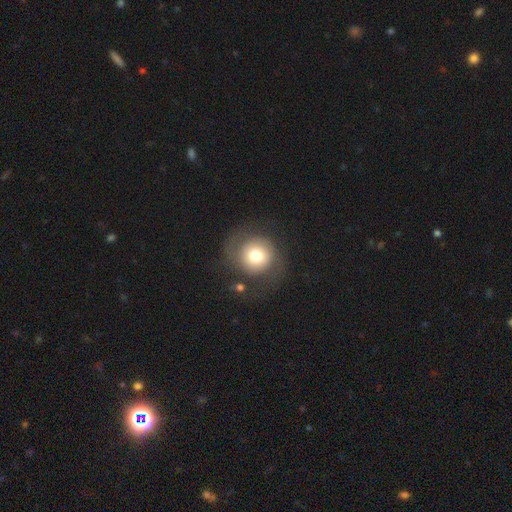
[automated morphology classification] Q: Smooth or featured?
A: smooth (60%); runner-up: featured or disk (31%)
Q: How rounded?
A: round (90%); runner-up: in between (9%)
Q: Merging?
A: none (61%); runner-up: major disturbance (18%)